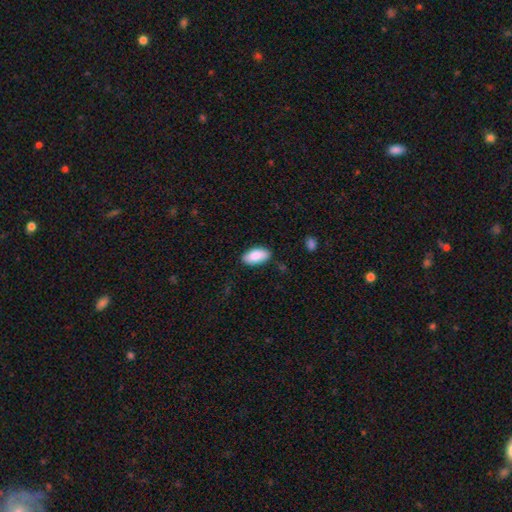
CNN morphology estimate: Smooth or featured?
  - smooth: 88% *
  - featured or disk: 6%
  - star or artifact: 6%
How rounded?
  - in between: 94% *
  - cigar-shaped: 4%
  - round: 2%
Merging?
  - none: 85% *
  - minor disturbance: 11%
  - major disturbance: 2%
  - merger: 1%